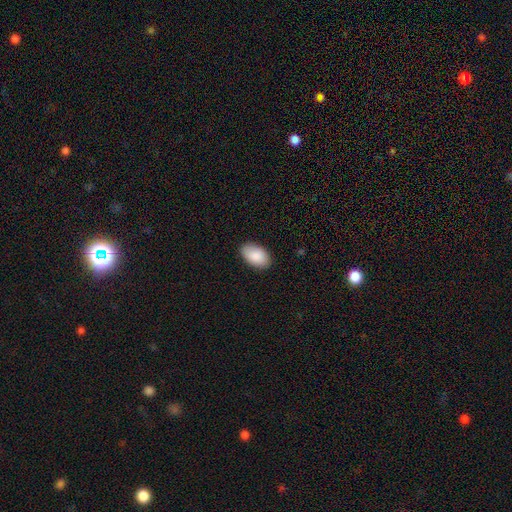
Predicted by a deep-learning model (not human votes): This is clearly a smooth galaxy (89%). How rounded: clearly in between (95%). Merging: clearly none (87%).